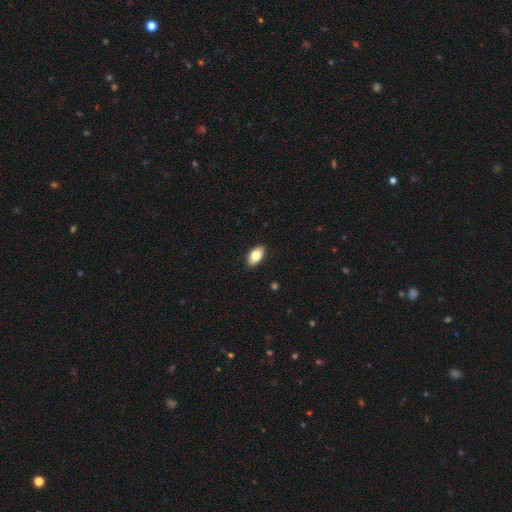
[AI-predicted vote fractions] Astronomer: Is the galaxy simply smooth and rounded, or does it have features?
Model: smooth — 79%.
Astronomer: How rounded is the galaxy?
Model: in between — 92%.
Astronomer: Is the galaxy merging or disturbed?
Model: none — 90%.